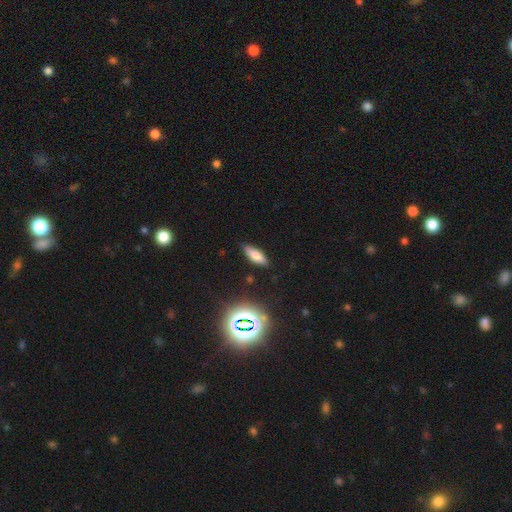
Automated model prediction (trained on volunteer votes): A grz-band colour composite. It shows a smooth galaxy with no disk features (74%) that is in between round and cigar-shaped (64%). Merging: none (85%).